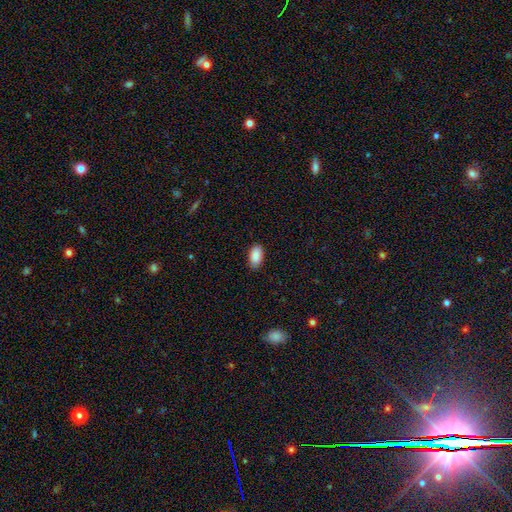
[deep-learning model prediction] This is clearly a smooth galaxy (89%). How rounded: clearly in between (94%). Merging: clearly none (83%).